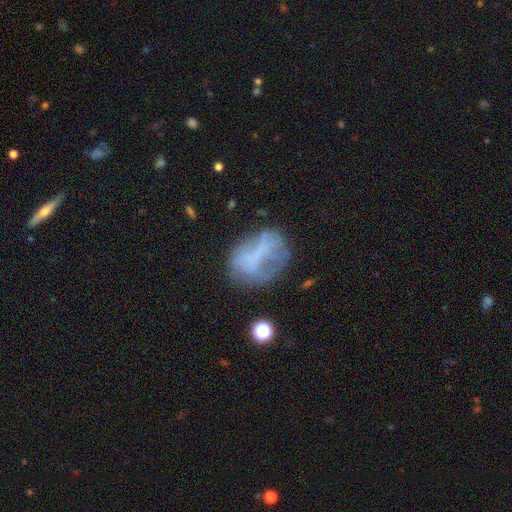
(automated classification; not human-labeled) A featured or disk galaxy (45%).

Vote fractions:
- Smooth or featured? featured or disk: 45% / smooth: 42% / star or artifact: 14%
- Merging? none: 47% / minor disturbance: 24% / major disturbance: 23% / merger: 6%